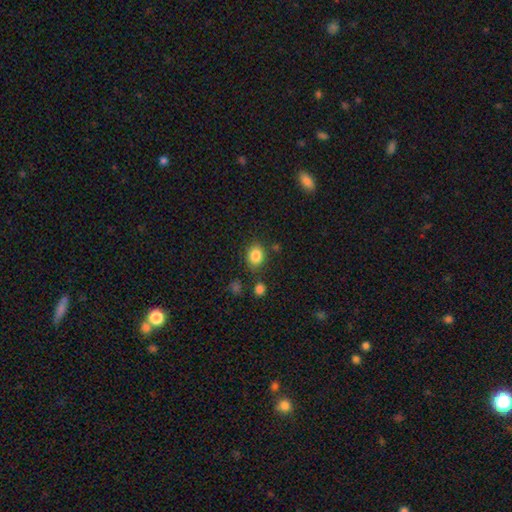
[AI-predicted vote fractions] A smooth galaxy with no disk features (84%) that is in between round and cigar-shaped (53%).

Vote fractions:
- Smooth or featured? smooth: 84% / star or artifact: 10% / featured or disk: 6%
- How rounded? in between: 53% / round: 46% / cigar-shaped: 1%
- Merging? none: 78% / minor disturbance: 13% / merger: 5% / major disturbance: 4%